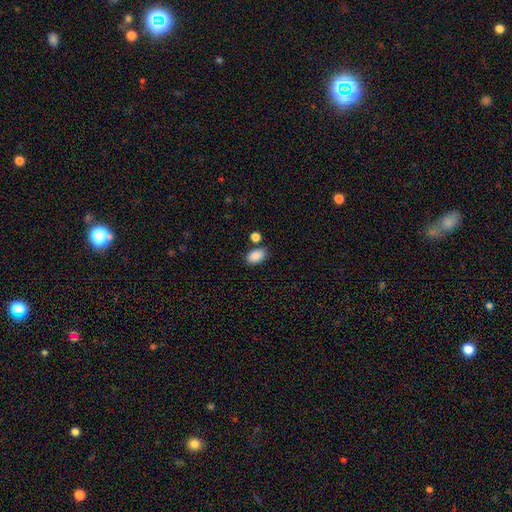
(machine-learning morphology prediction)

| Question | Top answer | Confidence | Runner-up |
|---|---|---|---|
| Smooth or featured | smooth | 89% | star or artifact (8%) |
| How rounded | in between | 91% | round (8%) |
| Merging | none | 75% | minor disturbance (11%) |